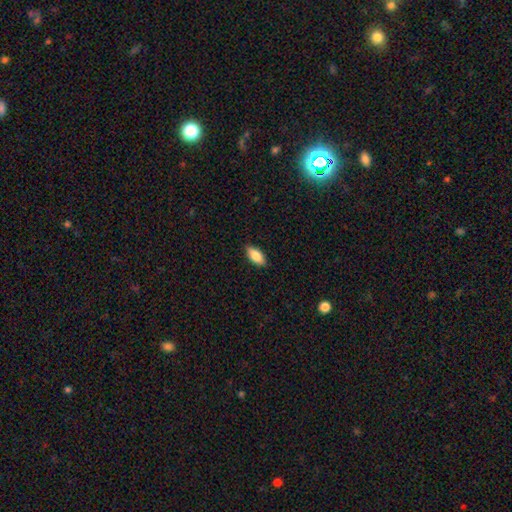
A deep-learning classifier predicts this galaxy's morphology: Smooth or featured? Predicted: smooth (p=0.85). How rounded? Predicted: in between (p=0.88). Merging? Predicted: none (p=0.88).